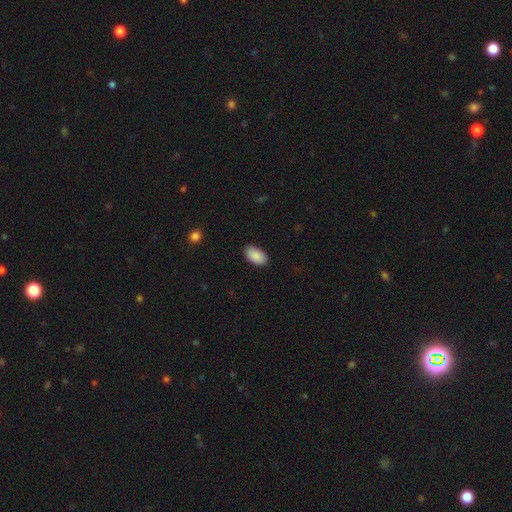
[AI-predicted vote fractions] Smooth or featured? smooth (90%)
How rounded? in between (95%)
Merging? none (89%)